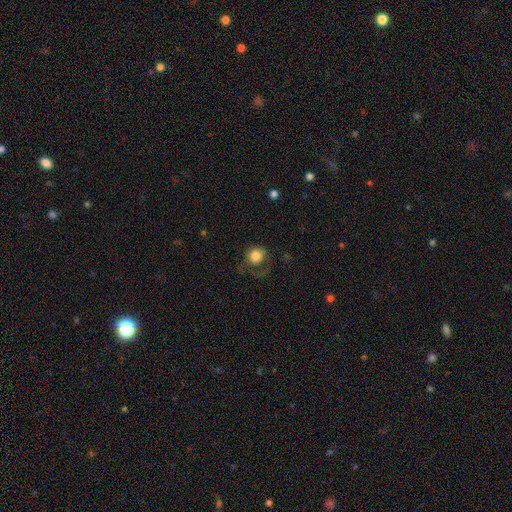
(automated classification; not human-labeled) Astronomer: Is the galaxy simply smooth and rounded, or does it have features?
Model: smooth — 74%.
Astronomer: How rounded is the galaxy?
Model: round — 81%.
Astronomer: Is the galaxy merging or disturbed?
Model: none — 42% (runner-up: major disturbance, 37%).